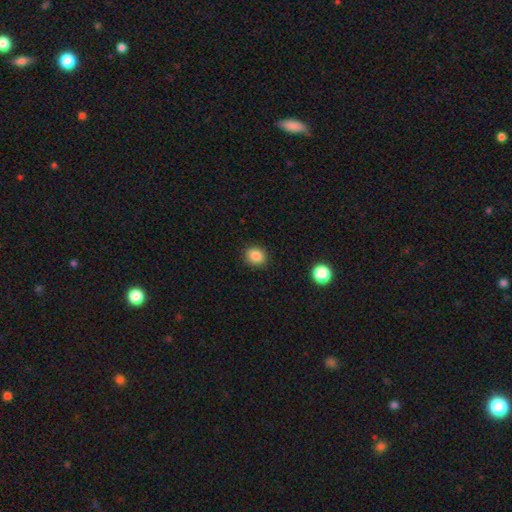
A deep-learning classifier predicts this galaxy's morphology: Smooth or featured? smooth (86%)
How rounded? round (72%)
Merging? none (89%)